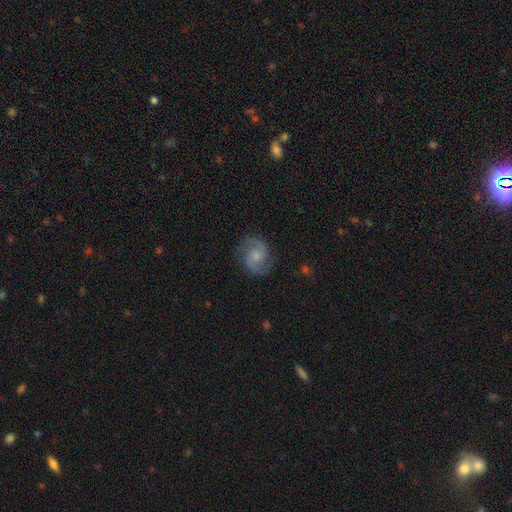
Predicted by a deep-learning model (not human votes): This appears to be a featured or disk galaxy (82%) with no bar (61%), 2 (93%) medium (58%) spiral arms (97%) and a small central bulge (42%). Merging: none (82%).